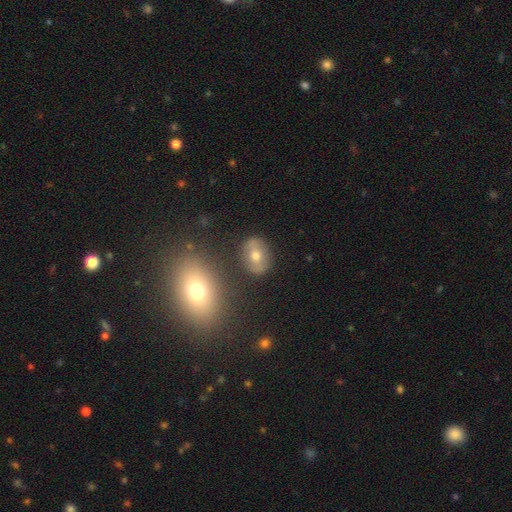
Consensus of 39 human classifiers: A featured or disk galaxy (49%) with no bar (59%), no spiral arms (94%) and a moderate central bulge (76%).

Vote fractions:
- Smooth or featured? featured or disk: 49% / smooth: 44% / star or artifact: 8%
- Edge-on disk? no: 89% / yes: 11%
- Bar? no: 59% / strong: 29% / weak: 12%
- Spiral arms? no: 94% / yes: 6%
- Bulge size? moderate: 76% / small: 18% / large: 6% / dominant: 0% / none: 0%
- Merging? none: 83% / major disturbance: 8% / minor disturbance: 6% / merger: 3%